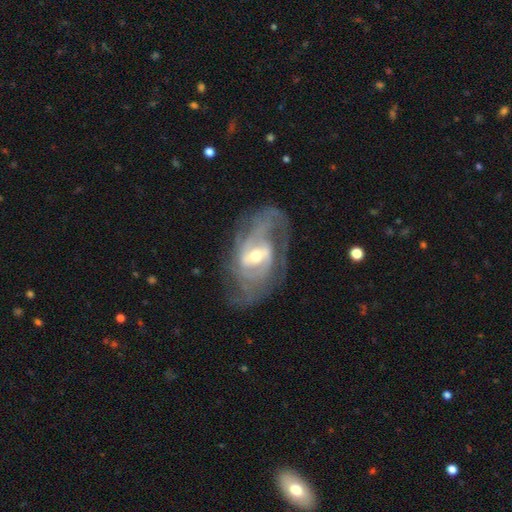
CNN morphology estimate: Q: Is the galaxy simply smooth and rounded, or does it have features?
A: featured or disk — 89%.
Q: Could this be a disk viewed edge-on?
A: no — 96%.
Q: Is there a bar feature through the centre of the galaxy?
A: weak — 49%.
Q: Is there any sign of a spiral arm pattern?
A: yes — 95%.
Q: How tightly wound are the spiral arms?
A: tight — 45%.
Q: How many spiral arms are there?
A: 2 — 42%.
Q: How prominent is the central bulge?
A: moderate — 55%.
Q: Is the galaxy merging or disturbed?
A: none — 68%.